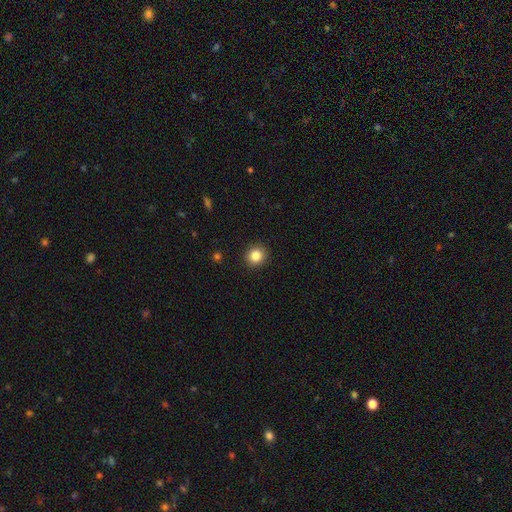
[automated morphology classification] Smooth or featured?
  - smooth: 85% *
  - star or artifact: 10%
  - featured or disk: 5%
How rounded?
  - round: 89% *
  - in between: 10%
  - cigar-shaped: 1%
Merging?
  - none: 92% *
  - minor disturbance: 6%
  - major disturbance: 2%
  - merger: 1%